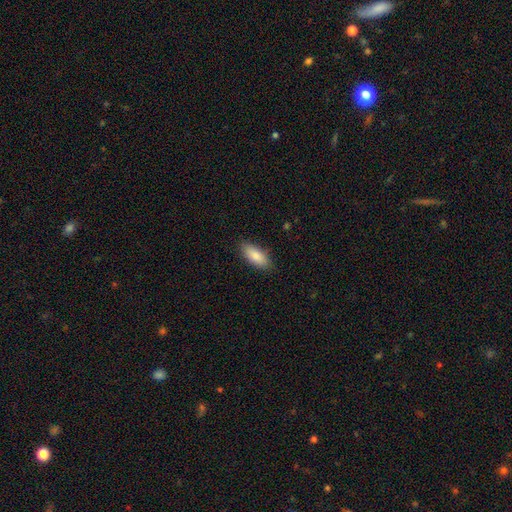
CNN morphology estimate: smooth_or_featured: smooth (p=0.86) [alt: featured or disk p=0.08]
how_rounded: in between (p=0.79) [alt: cigar-shaped p=0.19]
merging: none (p=0.85) [alt: minor disturbance p=0.11]